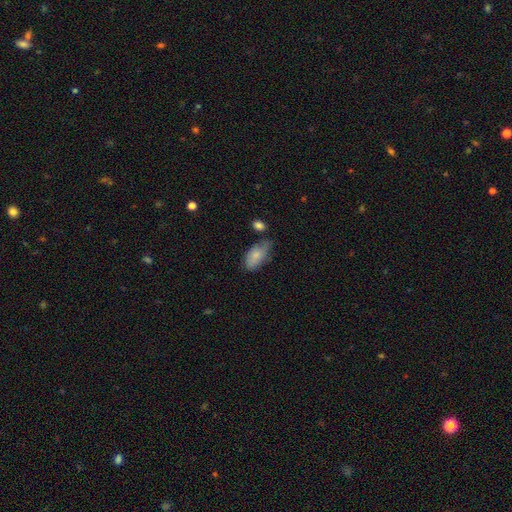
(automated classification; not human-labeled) The model was most divided on "merging": none: 52%, minor disturbance: 33%, major disturbance: 8%, merger: 6%. More confident: how rounded — in between (92%); smooth or featured — smooth (78%).